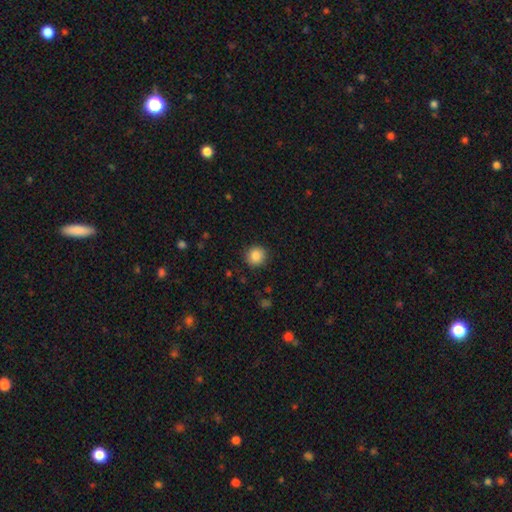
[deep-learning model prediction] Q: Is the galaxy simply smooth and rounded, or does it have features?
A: smooth — 87%.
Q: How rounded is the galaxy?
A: round — 92%.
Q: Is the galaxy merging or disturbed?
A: none — 89%.